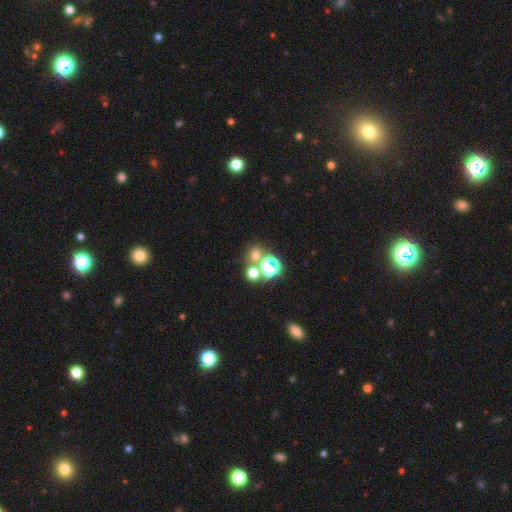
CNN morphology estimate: The model was most divided on "smooth or featured": smooth: 58%, star or artifact: 32%, featured or disk: 10%. More confident: how rounded — round (79%); merging — none (58%).